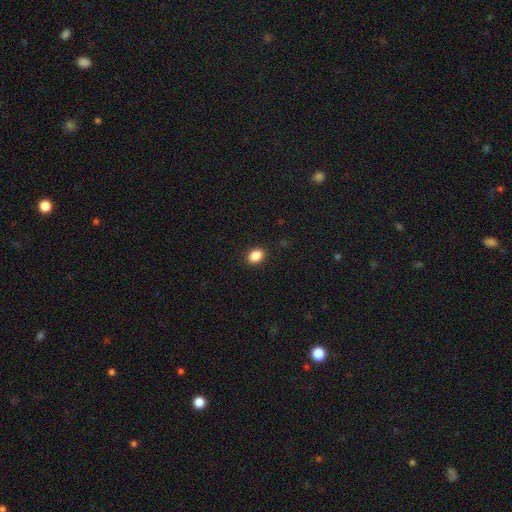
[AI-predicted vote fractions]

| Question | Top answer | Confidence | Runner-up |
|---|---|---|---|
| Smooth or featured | smooth | 87% | star or artifact (9%) |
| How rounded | in between | 71% | round (28%) |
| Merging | none | 90% | minor disturbance (7%) |